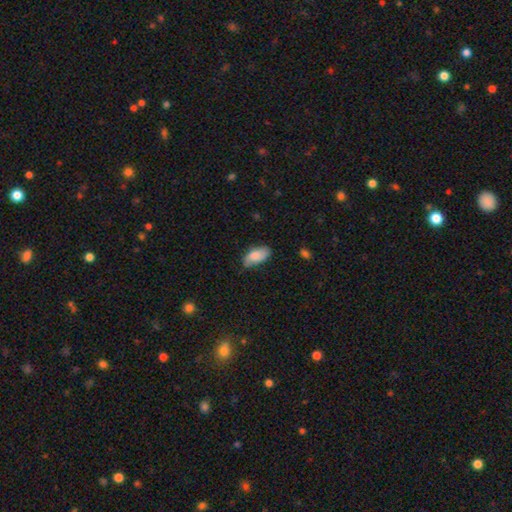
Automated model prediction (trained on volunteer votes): Smooth or featured: smooth — 80% (featured or disk — 14%)
How rounded: in between — 92% (cigar-shaped — 5%)
Merging: none — 67% (minor disturbance — 26%)